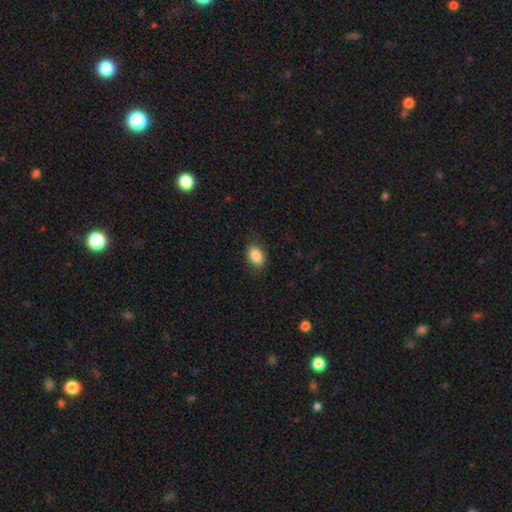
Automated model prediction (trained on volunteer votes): Smooth or featured?
  - smooth: 86% *
  - star or artifact: 8%
  - featured or disk: 6%
How rounded?
  - in between: 82% *
  - round: 17%
  - cigar-shaped: 1%
Merging?
  - none: 84% *
  - minor disturbance: 12%
  - major disturbance: 3%
  - merger: 1%